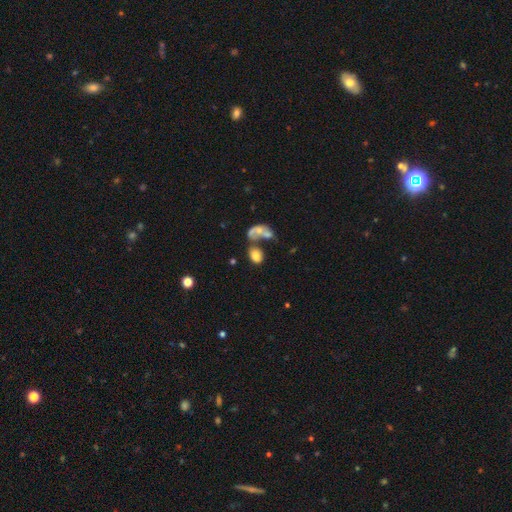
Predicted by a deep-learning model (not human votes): Smooth or featured? Predicted: smooth (p=0.73). How rounded? Predicted: in between (p=0.71). Merging? Predicted: merger (p=0.43).